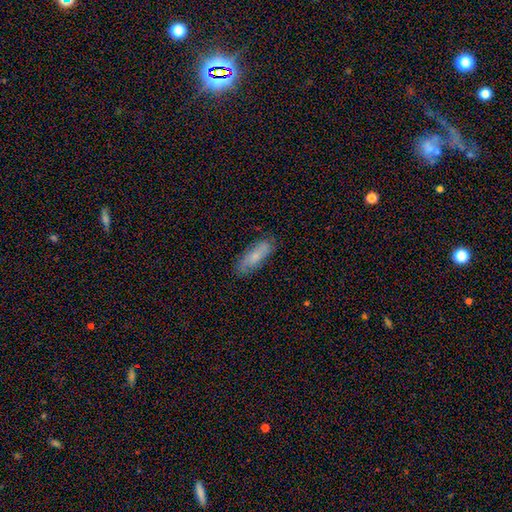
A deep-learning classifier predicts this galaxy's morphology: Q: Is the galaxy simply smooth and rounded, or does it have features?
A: smooth — 69%.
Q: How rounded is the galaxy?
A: in between — 56%.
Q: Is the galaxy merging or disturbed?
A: none — 81%.